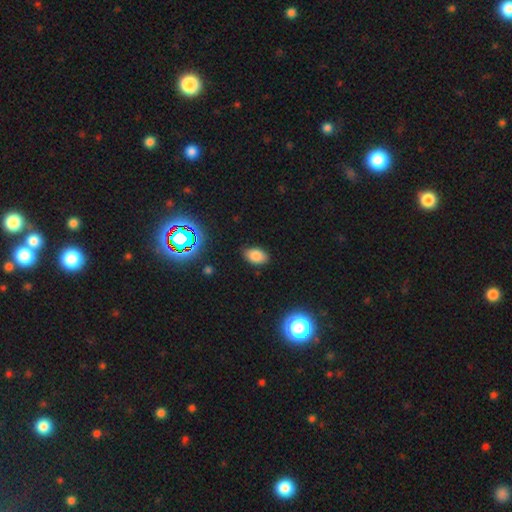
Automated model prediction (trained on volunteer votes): smooth-or-featured: smooth: 79% | star or artifact: 15% | featured or disk: 6%
  how-rounded: in between: 90% | round: 8% | cigar-shaped: 1%
  merging: none: 84% | minor disturbance: 12% | major disturbance: 3% | merger: 1%